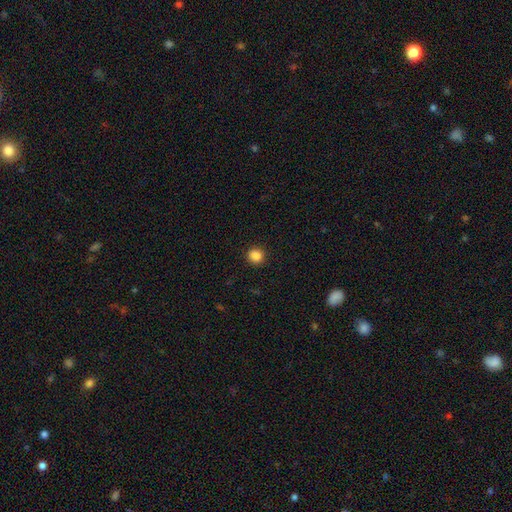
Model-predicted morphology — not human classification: smooth_or_featured: smooth (p=0.86) [alt: star or artifact p=0.11]
how_rounded: round (p=0.83) [alt: in between p=0.16]
merging: none (p=0.89) [alt: minor disturbance p=0.07]